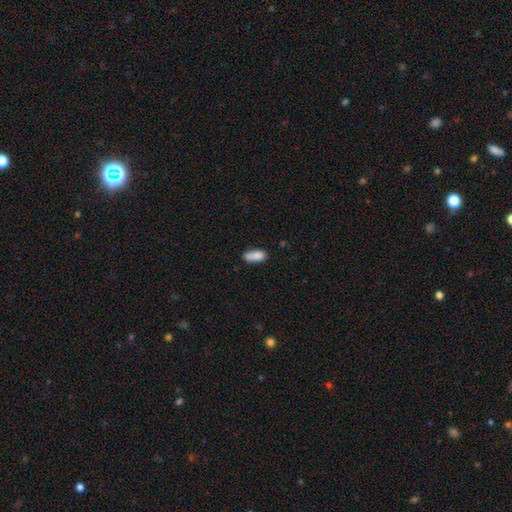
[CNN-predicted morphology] Smooth or featured? smooth (84%)
How rounded? in between (86%)
Merging? none (63%)